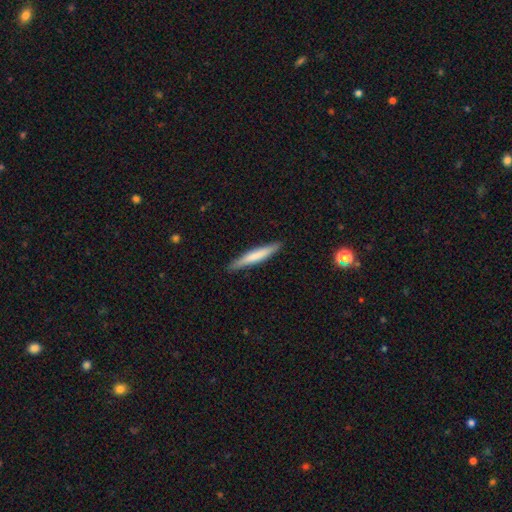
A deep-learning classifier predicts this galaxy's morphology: Smooth or featured: smooth — 65% (featured or disk — 29%)
How rounded: cigar-shaped — 94% (in between — 5%)
Merging: none — 89% (minor disturbance — 8%)